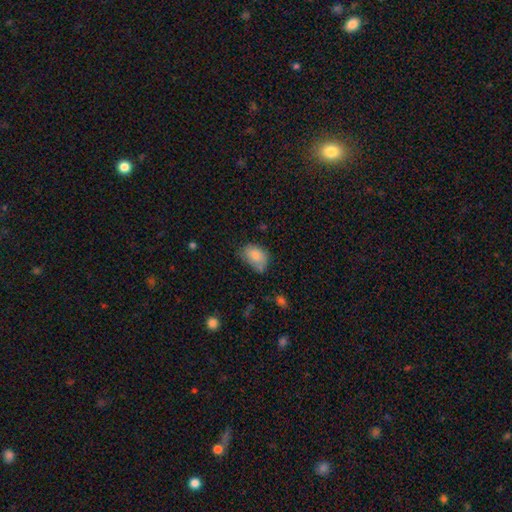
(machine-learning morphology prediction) smooth 82%, featured or disk 10%, star or artifact 8%. Down the decision tree: how rounded — in between (81%); merging — none (51%).